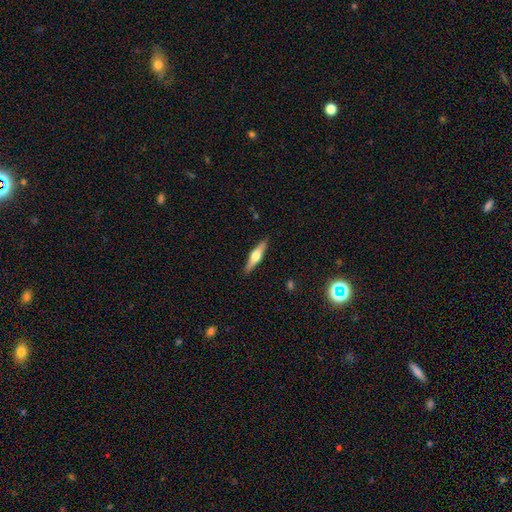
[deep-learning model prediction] smooth-or-featured: featured or disk: 50% | smooth: 45% | star or artifact: 6%
  merging: none: 89% | minor disturbance: 8% | major disturbance: 2% | merger: 1%